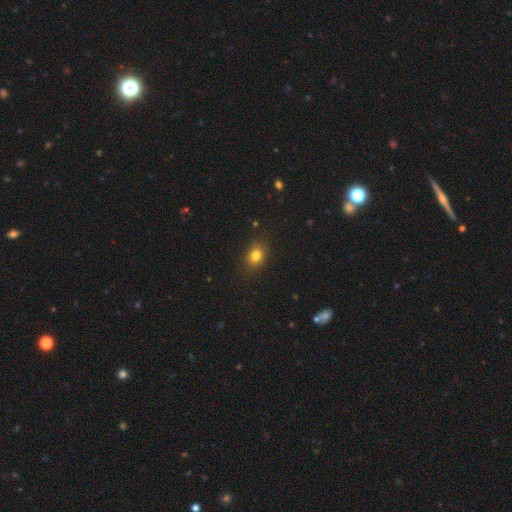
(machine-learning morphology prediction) This appears to be a smooth galaxy with no disk features (80%) that is in between round and cigar-shaped (56%). Merging: none (86%).